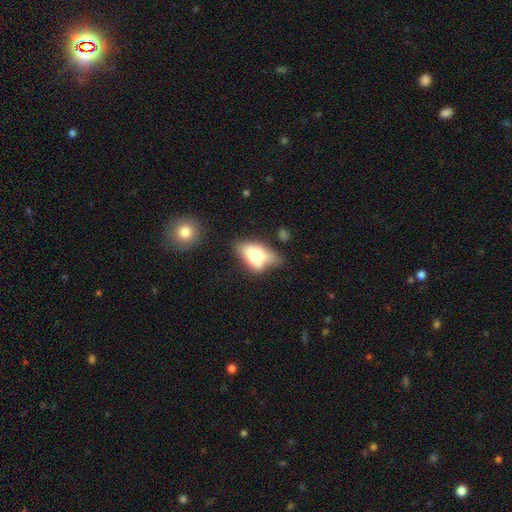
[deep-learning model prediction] This is likely a smooth galaxy (61%). How rounded: clearly in between (86%). Merging: marginally none (38%).